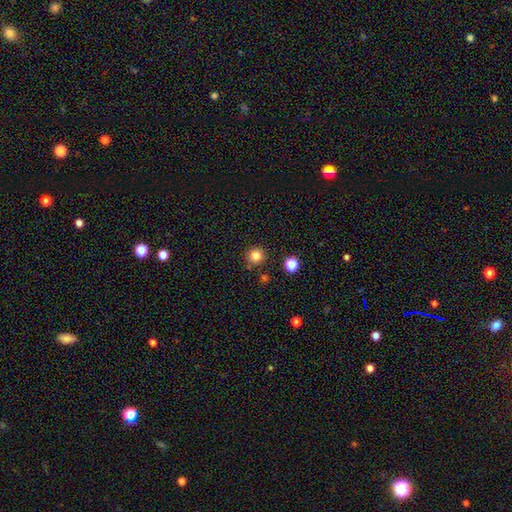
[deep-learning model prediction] Overall: smooth (82%). How rounded: round (95%). Merging: none (86%).